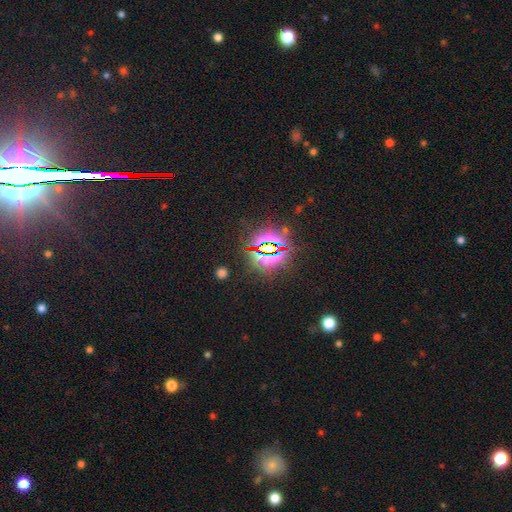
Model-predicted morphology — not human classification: The model was most divided on "smooth or featured": star or artifact: 81%, smooth: 11%, featured or disk: 8%.